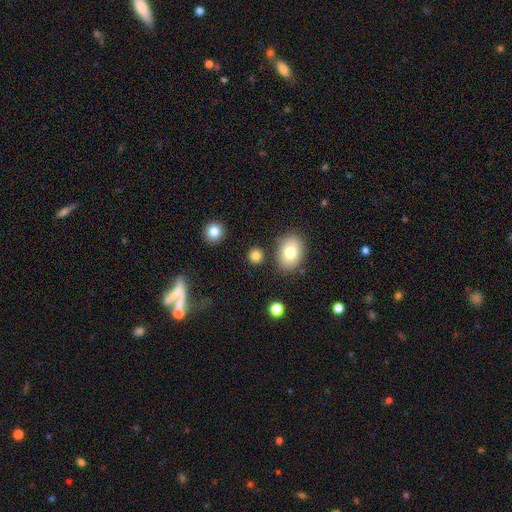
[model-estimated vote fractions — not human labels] smooth 81%, star or artifact 12%, featured or disk 7%. Down the decision tree: how rounded — round (74%); merging — none (84%).